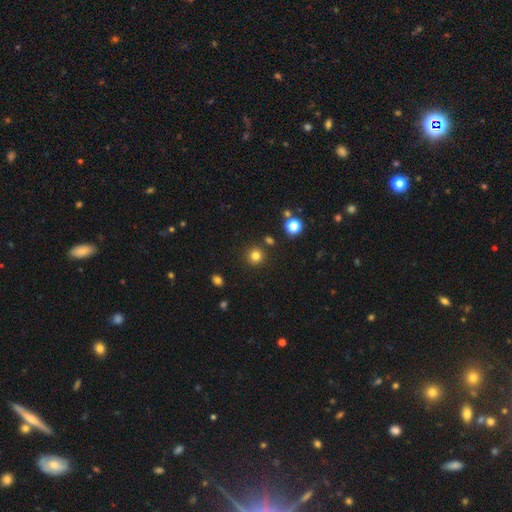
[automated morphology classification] type=smooth (80%); roundness=round (94%); merging=none (88%).